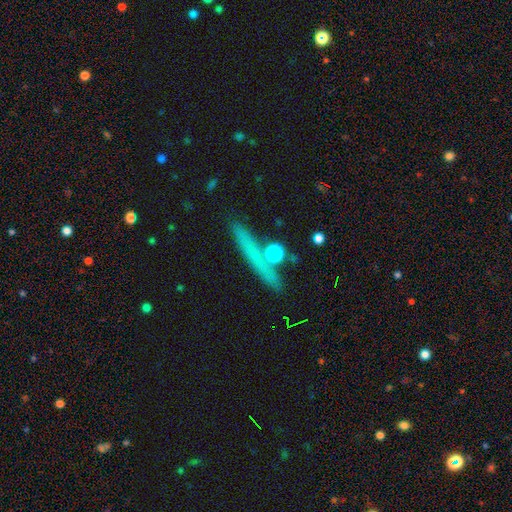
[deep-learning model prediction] This is possibly a smooth galaxy (47%). Merging: likely none (76%).